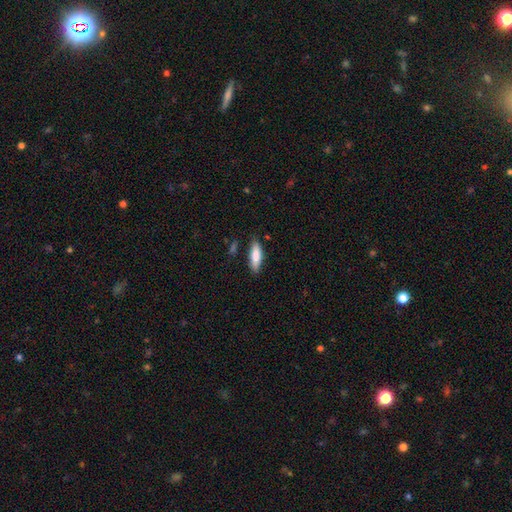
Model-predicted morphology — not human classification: Smooth or featured? smooth (82%)
How rounded? in between (52%)
Merging? none (80%)